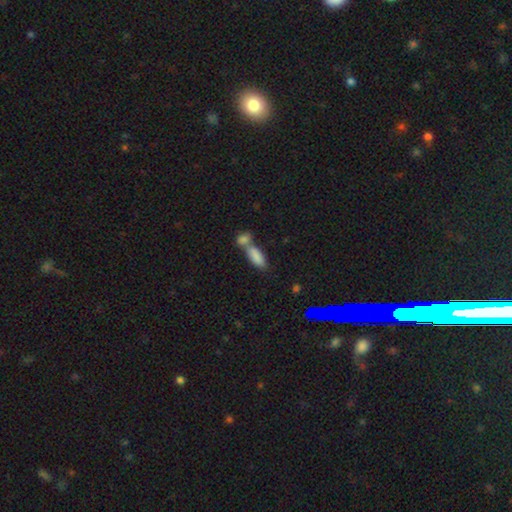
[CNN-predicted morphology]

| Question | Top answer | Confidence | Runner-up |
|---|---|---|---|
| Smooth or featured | smooth | 84% | featured or disk (8%) |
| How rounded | in between | 76% | cigar-shaped (21%) |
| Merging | merger | 59% | none (29%) |